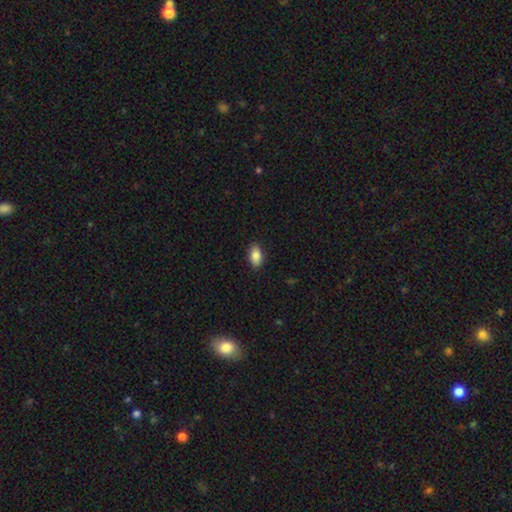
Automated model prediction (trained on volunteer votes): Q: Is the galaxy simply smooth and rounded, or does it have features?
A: smooth — 86%.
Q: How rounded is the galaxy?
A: in between — 91%.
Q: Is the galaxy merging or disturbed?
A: none — 88%.